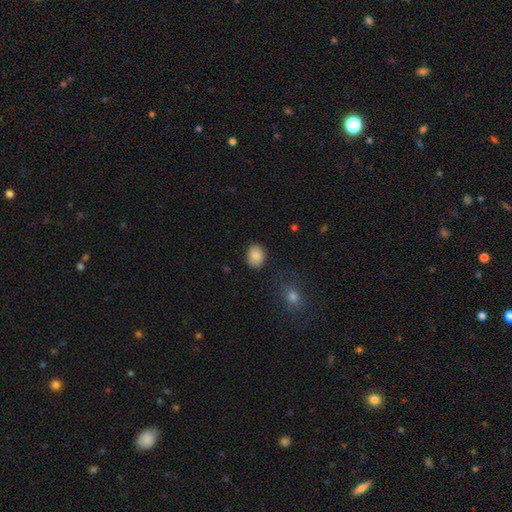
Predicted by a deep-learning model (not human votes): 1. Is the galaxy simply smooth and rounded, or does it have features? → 88% smooth, 8% star or artifact, 4% featured or disk.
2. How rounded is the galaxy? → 56% in between, 43% round, 1% cigar-shaped.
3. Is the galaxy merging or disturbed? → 84% none, 12% minor disturbance, 3% major disturbance, 2% merger.